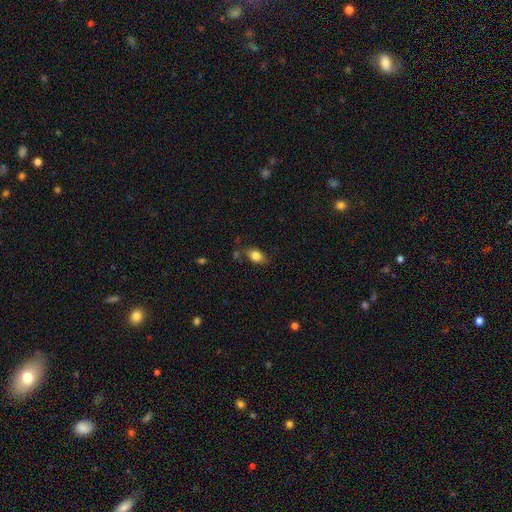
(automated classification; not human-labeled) smooth_or_featured: smooth (p=0.80) [alt: featured or disk p=0.11]
how_rounded: in between (p=0.84) [alt: round p=0.13]
merging: none (p=0.70) [alt: minor disturbance p=0.19]